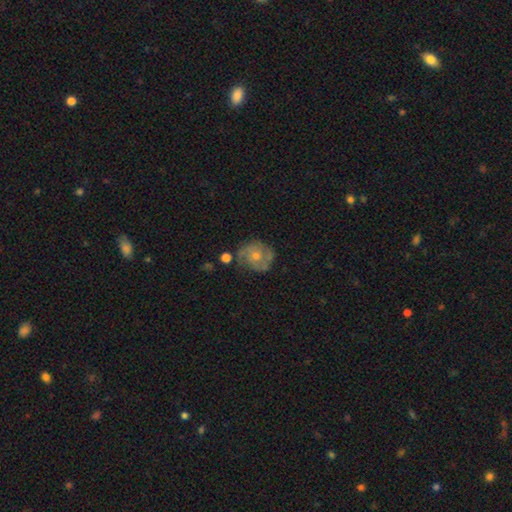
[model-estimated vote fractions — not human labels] Smooth or featured? featured or disk (66%)
Edge-on disk? no (97%)
Bar? no (81%)
Spiral arms? yes (83%)
Spiral winding? tight (51%)
Spiral arm count? 2 (46%)
Bulge size? small (48%)
Merging? none (69%)